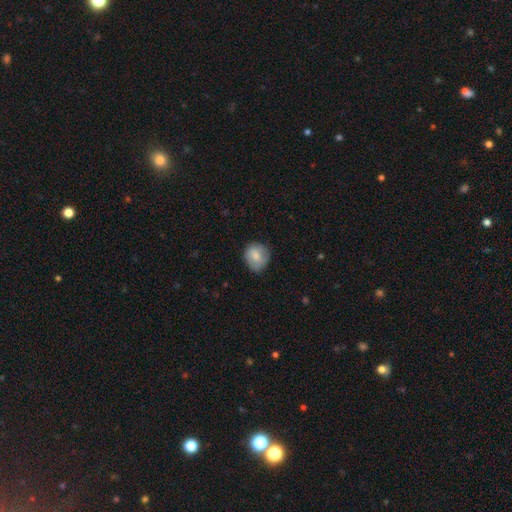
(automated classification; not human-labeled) Smooth or featured? Predicted: smooth (p=0.80). How rounded? Predicted: round (p=0.78). Merging? Predicted: none (p=0.72).